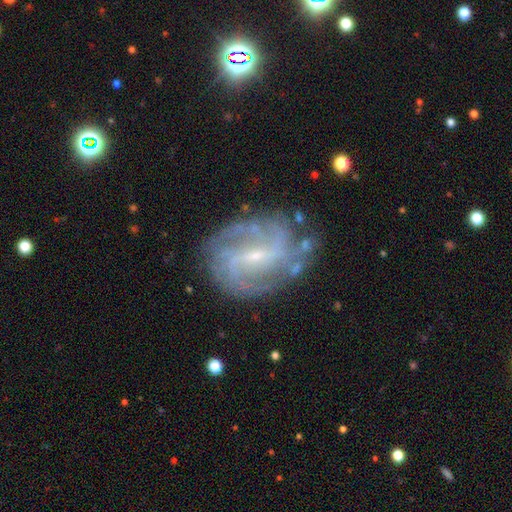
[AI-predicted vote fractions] A featured or disk galaxy (86%) with a weak bar (52%), 2 (35%) medium (42%) spiral arms (94%) and a small central bulge (73%).

Vote fractions:
- Smooth or featured? featured or disk: 86% / smooth: 7% / star or artifact: 7%
- Edge-on disk? no: 97% / yes: 3%
- Bar? weak: 52% / strong: 30% / no: 18%
- Spiral arms? yes: 94% / no: 6%
- Spiral winding? medium: 42% / tight: 39% / loose: 19%
- Spiral arm count? 2: 35% / can't tell: 26% / 3: 16% / 4: 12% / more than 4: 6% / 1: 5%
- Bulge size? small: 73% / moderate: 19% / none: 6% / large: 1% / dominant: 1%
- Merging? none: 75% / minor disturbance: 16% / major disturbance: 7% / merger: 2%